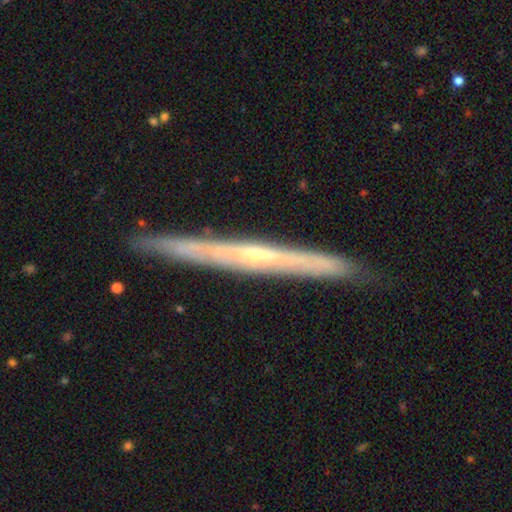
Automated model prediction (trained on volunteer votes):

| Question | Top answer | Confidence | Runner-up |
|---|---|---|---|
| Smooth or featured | featured or disk | 76% | smooth (18%) |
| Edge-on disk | yes | 95% | no (5%) |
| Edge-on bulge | none | 49% | rounded (47%) |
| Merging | none | 89% | minor disturbance (9%) |